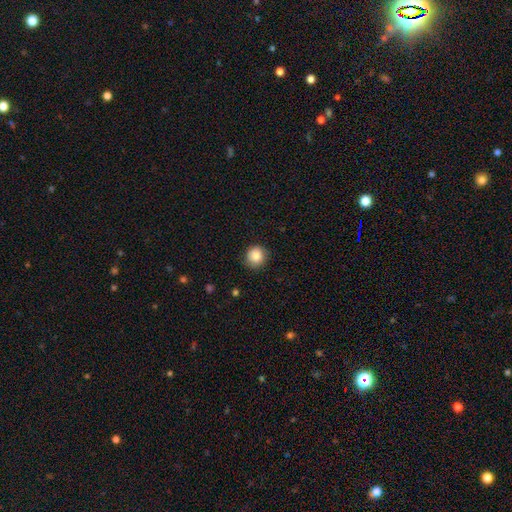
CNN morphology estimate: smooth_or_featured: smooth (p=0.86) [alt: star or artifact p=0.09]
how_rounded: round (p=0.90) [alt: in between p=0.09]
merging: none (p=0.85) [alt: minor disturbance p=0.12]